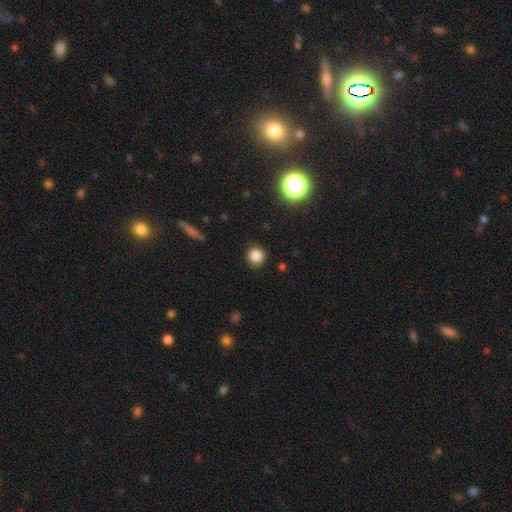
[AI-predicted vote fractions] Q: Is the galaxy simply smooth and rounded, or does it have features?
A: smooth — 83%.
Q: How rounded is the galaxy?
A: round — 91%.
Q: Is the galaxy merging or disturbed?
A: none — 88%.